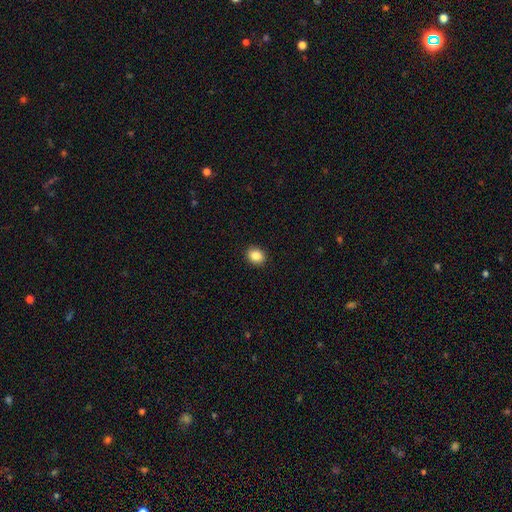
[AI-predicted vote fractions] Smooth or featured?
  - smooth: 87% *
  - star or artifact: 9%
  - featured or disk: 4%
How rounded?
  - round: 60% *
  - in between: 39%
  - cigar-shaped: 1%
Merging?
  - none: 91% *
  - minor disturbance: 6%
  - major disturbance: 2%
  - merger: 1%